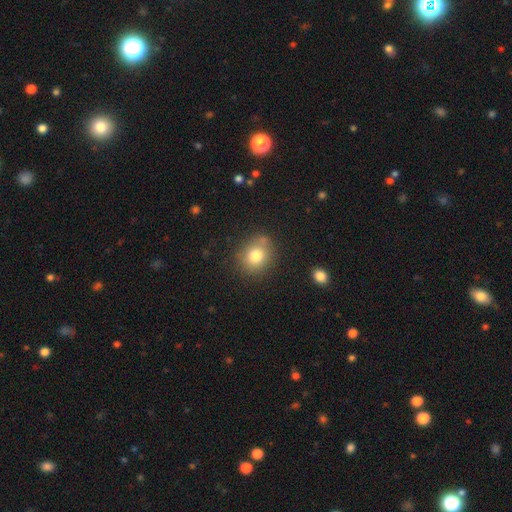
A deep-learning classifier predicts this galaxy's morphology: smooth 79%, star or artifact 11%, featured or disk 10%. Down the decision tree: how rounded — round (69%); merging — none (75%).